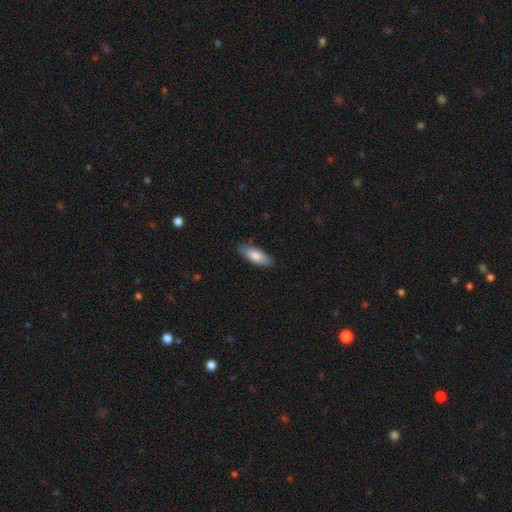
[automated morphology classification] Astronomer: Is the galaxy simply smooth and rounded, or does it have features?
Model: smooth — 81%.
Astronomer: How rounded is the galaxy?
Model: in between — 64%.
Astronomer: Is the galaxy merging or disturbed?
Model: none — 86%.